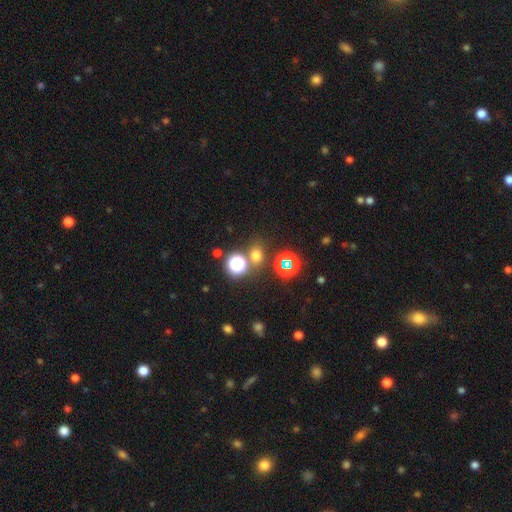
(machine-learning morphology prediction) smooth_or_featured: smooth (p=0.60) [alt: star or artifact p=0.33]
how_rounded: round (p=0.69) [alt: in between p=0.30]
merging: none (p=0.72) [alt: merger p=0.15]